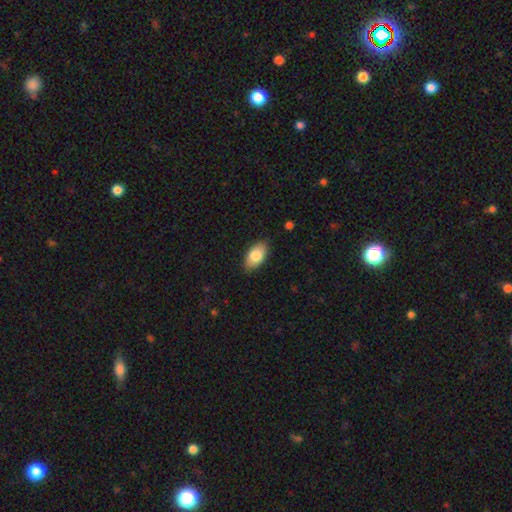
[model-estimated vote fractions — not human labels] smooth_or_featured: smooth (p=0.81) [alt: featured or disk p=0.13]
how_rounded: in between (p=0.94) [alt: round p=0.04]
merging: none (p=0.85) [alt: minor disturbance p=0.12]